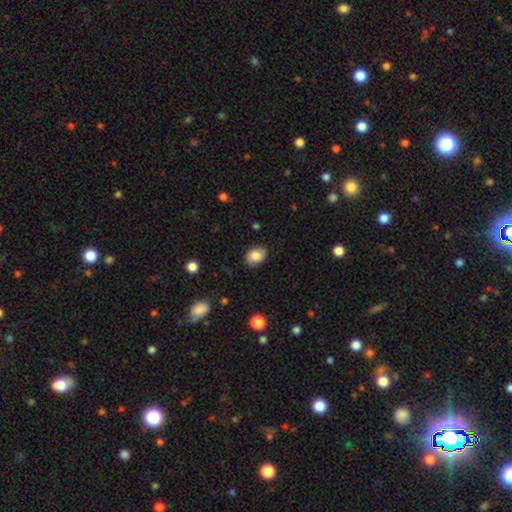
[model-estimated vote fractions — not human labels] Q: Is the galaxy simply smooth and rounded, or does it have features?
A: smooth — 83%.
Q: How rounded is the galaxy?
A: in between — 78%.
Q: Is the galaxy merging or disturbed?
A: none — 86%.